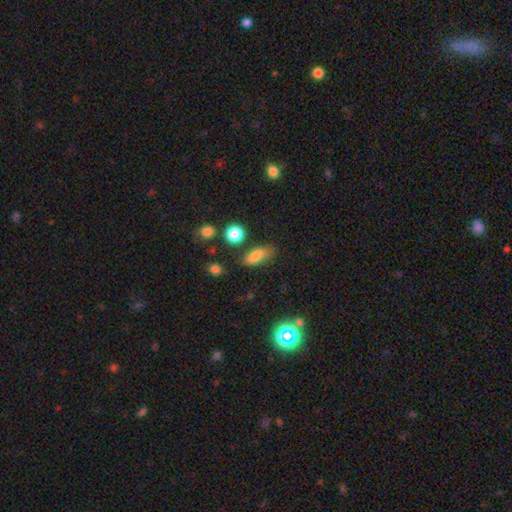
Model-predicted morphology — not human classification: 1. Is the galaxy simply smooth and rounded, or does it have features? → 80% smooth, 10% star or artifact, 9% featured or disk.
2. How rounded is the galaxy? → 77% in between, 16% cigar-shaped, 7% round.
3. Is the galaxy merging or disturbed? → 71% none, 19% minor disturbance, 6% major disturbance, 5% merger.